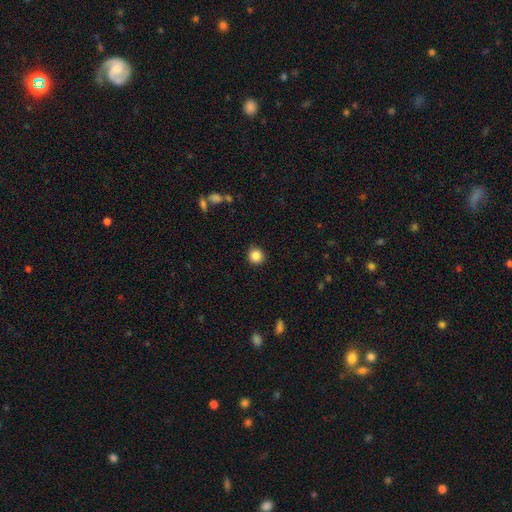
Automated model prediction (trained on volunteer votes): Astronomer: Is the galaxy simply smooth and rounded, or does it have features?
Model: smooth — 86%.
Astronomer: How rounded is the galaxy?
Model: round — 94%.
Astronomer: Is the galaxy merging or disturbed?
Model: none — 92%.